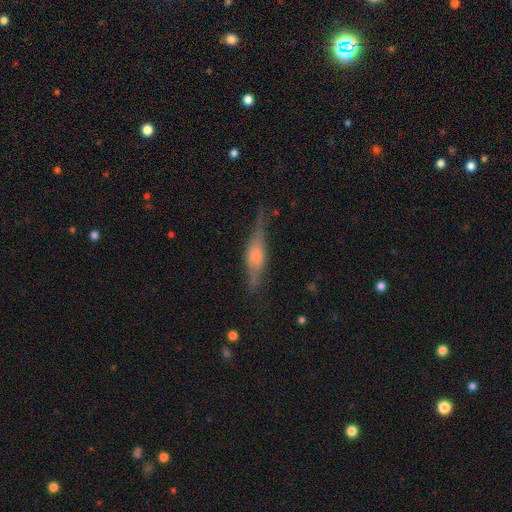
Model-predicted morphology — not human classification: Smooth or featured? Predicted: featured or disk (p=0.56). Edge-on disk? Predicted: yes (p=0.91). Edge-on bulge? Predicted: rounded (p=0.65). Merging? Predicted: none (p=0.70).